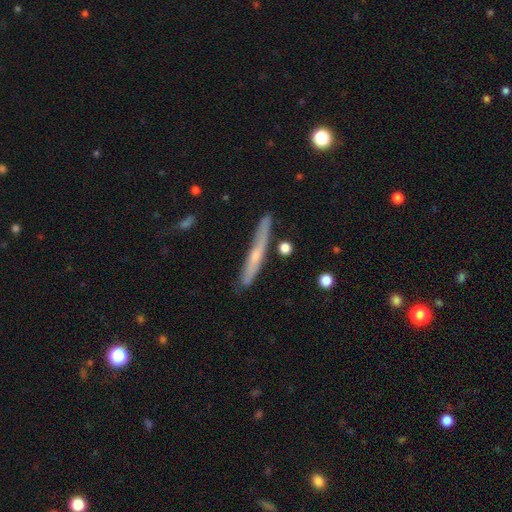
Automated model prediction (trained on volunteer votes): Smooth or featured? Predicted: featured or disk (p=0.53). Edge-on disk? Predicted: yes (p=0.91). Merging? Predicted: none (p=0.79).